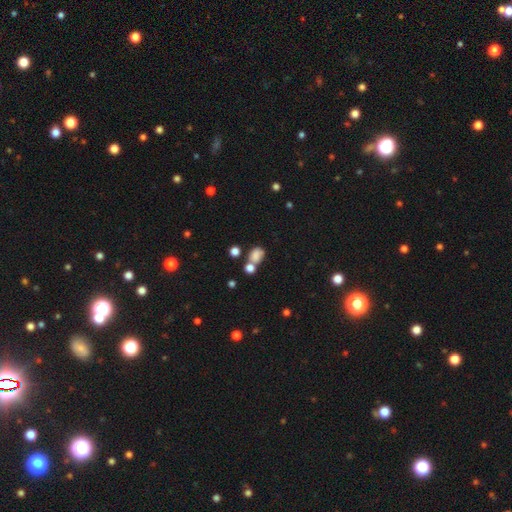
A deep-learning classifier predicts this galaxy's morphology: A smooth galaxy with no disk features (78%) that is in between round and cigar-shaped (62%).

Vote fractions:
- Smooth or featured? smooth: 78% / star or artifact: 13% / featured or disk: 9%
- How rounded? in between: 62% / round: 37% / cigar-shaped: 2%
- Merging? none: 42% / merger: 36% / minor disturbance: 15% / major disturbance: 7%